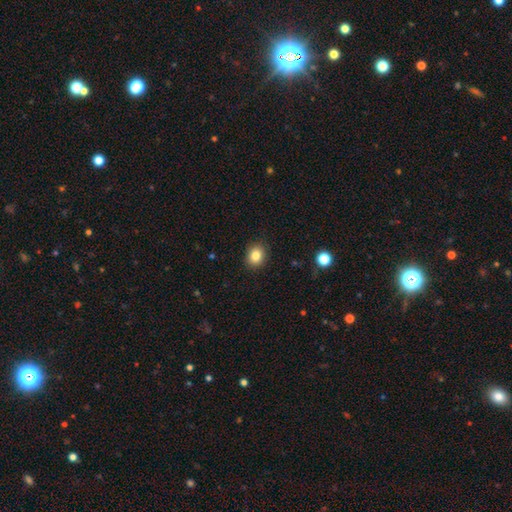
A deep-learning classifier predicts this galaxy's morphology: smooth_or_featured: smooth (p=0.83) [alt: star or artifact p=0.10]
how_rounded: round (p=0.66) [alt: in between p=0.33]
merging: none (p=0.89) [alt: minor disturbance p=0.08]